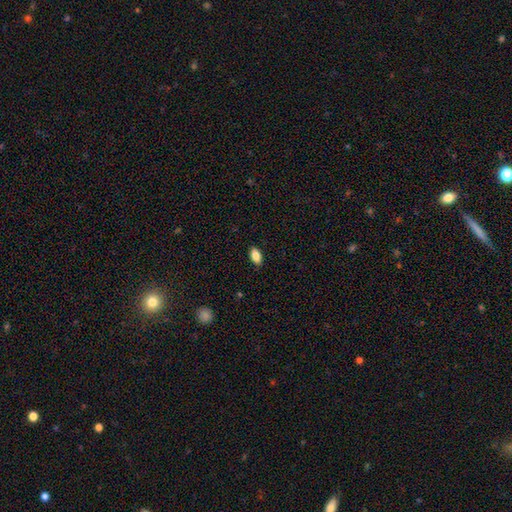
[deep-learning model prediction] Overall: smooth (85%). How rounded: in between (90%). Merging: none (88%).